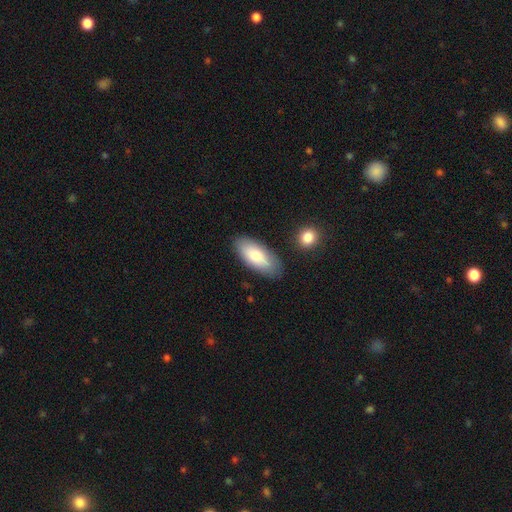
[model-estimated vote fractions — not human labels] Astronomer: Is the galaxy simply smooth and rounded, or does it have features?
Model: smooth — 79%.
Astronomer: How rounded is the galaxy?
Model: in between — 85%.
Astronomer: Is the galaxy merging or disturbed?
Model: none — 83%.